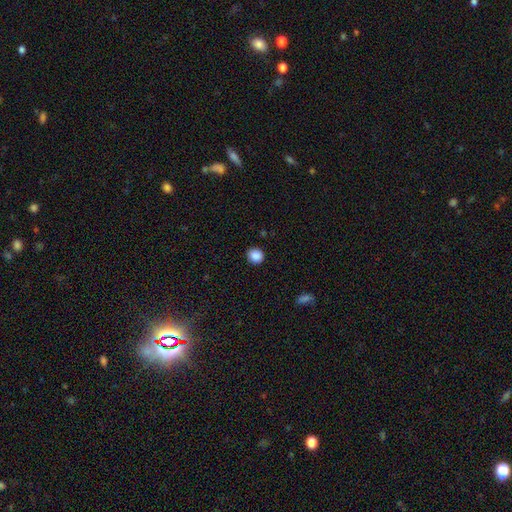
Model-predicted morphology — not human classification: type=smooth (88%); roundness=round (86%); merging=none (91%).